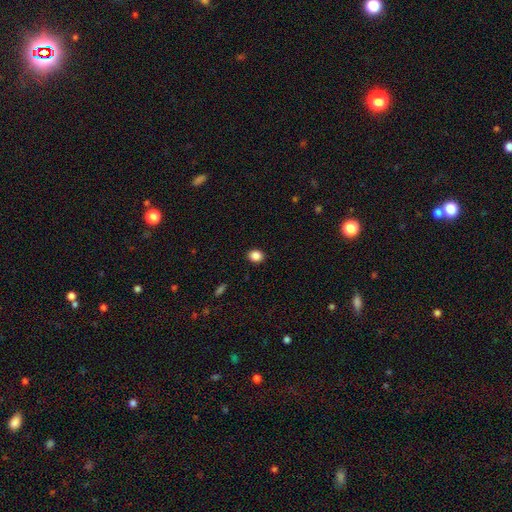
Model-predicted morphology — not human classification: smooth 87%, star or artifact 10%, featured or disk 3%. Down the decision tree: how rounded — round (57%); merging — none (91%).